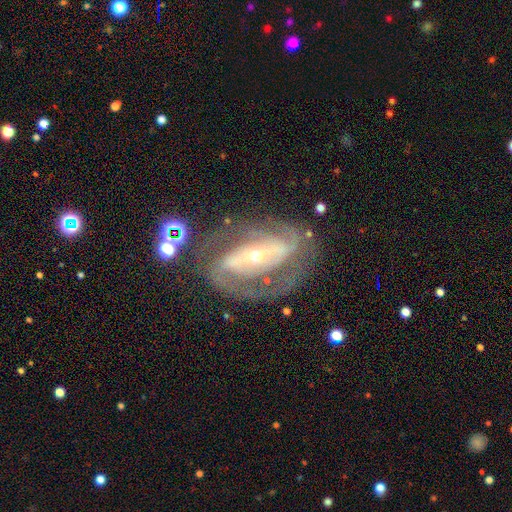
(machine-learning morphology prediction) featured or disk 86%, smooth 8%, star or artifact 7%. Down the decision tree: edge-on disk — no (94%); bar — strong (53%); spiral arms — yes (89%); spiral arm count — 2 (70%); spiral winding — tight (44%); bulge size — small (61%); merging — none (67%).